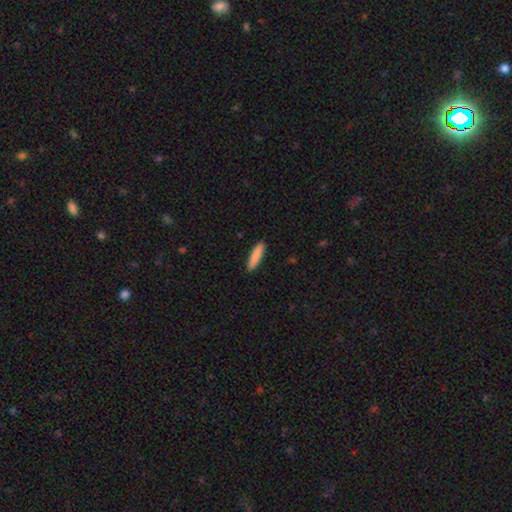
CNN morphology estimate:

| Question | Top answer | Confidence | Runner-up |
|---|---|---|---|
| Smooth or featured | smooth | 87% | featured or disk (7%) |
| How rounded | cigar-shaped | 80% | in between (18%) |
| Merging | none | 90% | minor disturbance (7%) |